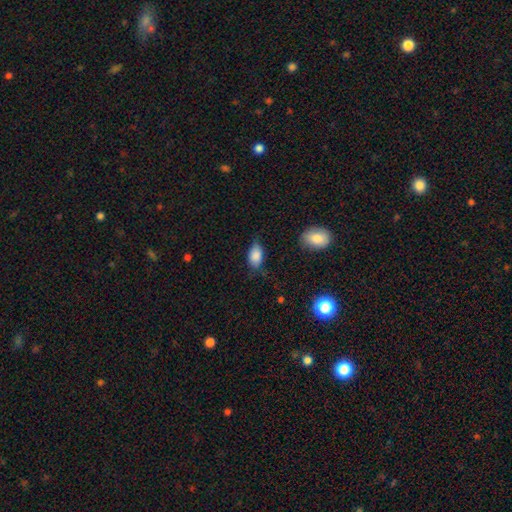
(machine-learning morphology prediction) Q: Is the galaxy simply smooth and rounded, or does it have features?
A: smooth — 84%.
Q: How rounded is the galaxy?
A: in between — 90%.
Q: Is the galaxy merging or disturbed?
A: none — 61%.